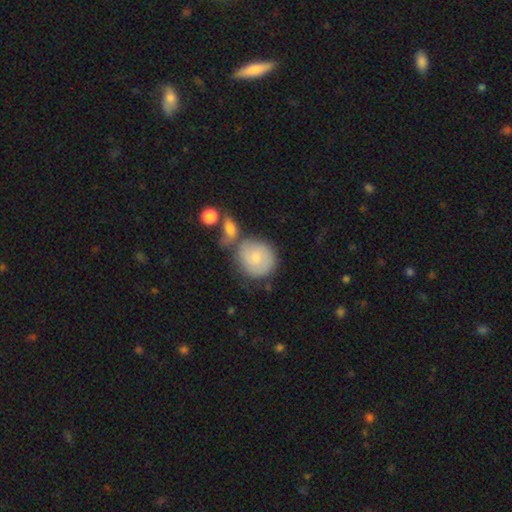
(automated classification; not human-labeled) A smooth galaxy with no disk features (65%) that is round (85%).

Vote fractions:
- Smooth or featured? smooth: 65% / featured or disk: 27% / star or artifact: 7%
- How rounded? round: 85% / in between: 14% / cigar-shaped: 1%
- Merging? none: 55% / merger: 20% / minor disturbance: 18% / major disturbance: 7%